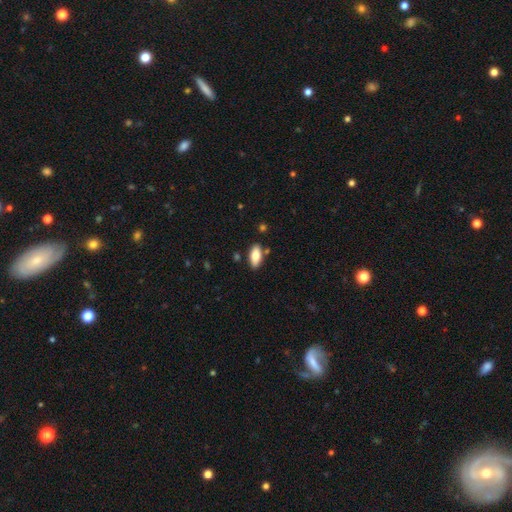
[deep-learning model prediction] This is clearly a smooth galaxy (80%). How rounded: clearly in between (87%). Merging: clearly none (84%).